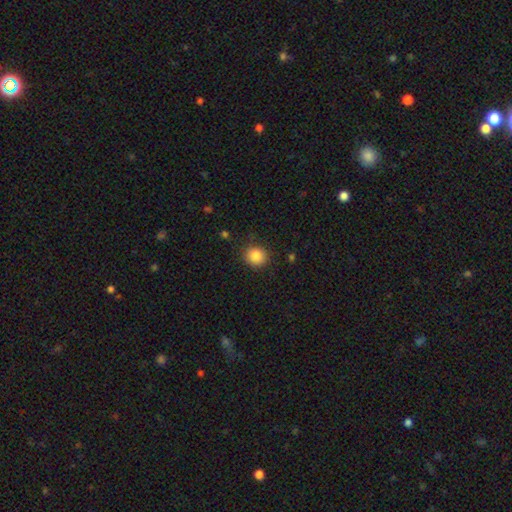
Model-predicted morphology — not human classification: Smooth or featured: smooth — 85% (star or artifact — 10%)
How rounded: round — 86% (in between — 13%)
Merging: none — 87% (minor disturbance — 9%)